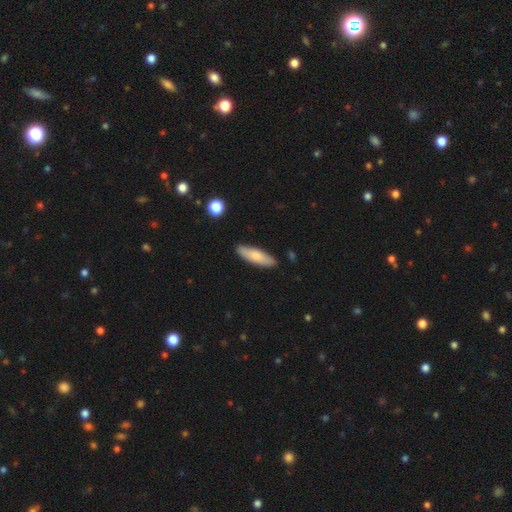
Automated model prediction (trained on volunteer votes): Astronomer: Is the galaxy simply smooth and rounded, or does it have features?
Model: smooth — 76%.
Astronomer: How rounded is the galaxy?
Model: cigar-shaped — 55% (runner-up: in between, 43%).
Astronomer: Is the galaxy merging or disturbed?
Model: none — 86%.